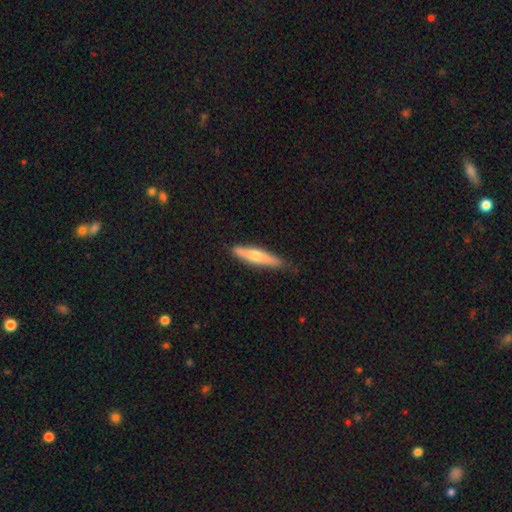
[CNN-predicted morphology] smooth-or-featured: smooth: 60% | featured or disk: 35% | star or artifact: 5%
  how-rounded: cigar-shaped: 87% | in between: 11% | round: 1%
  merging: none: 78% | minor disturbance: 18% | major disturbance: 3% | merger: 2%